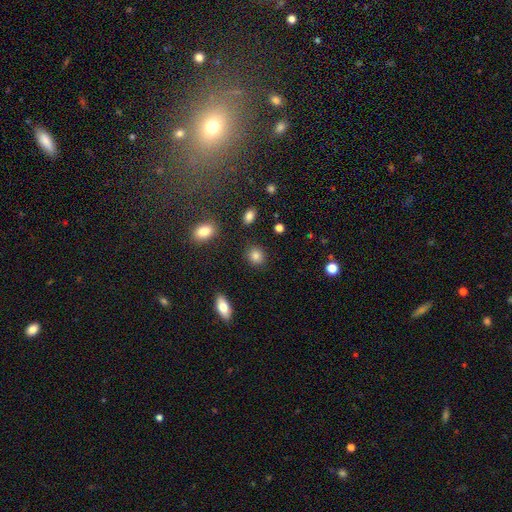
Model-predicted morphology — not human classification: Overall: smooth (86%). How rounded: round (79%). Merging: none (89%).